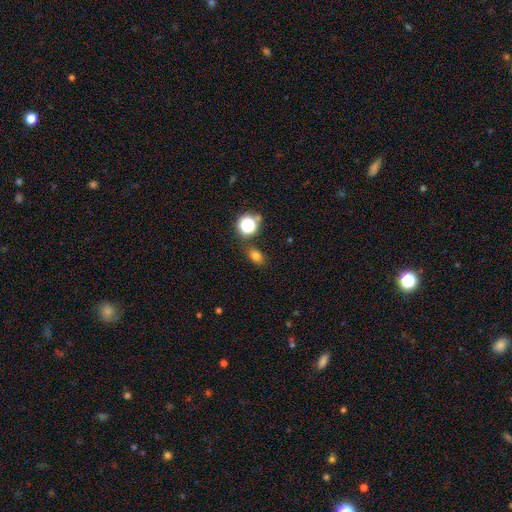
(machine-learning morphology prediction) type=smooth (74%); roundness=in between (65%); merging=none (80%).